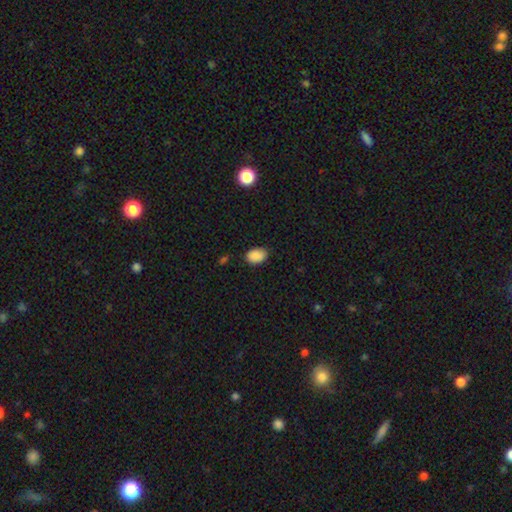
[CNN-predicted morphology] type=smooth (88%); roundness=in between (83%); merging=none (81%).